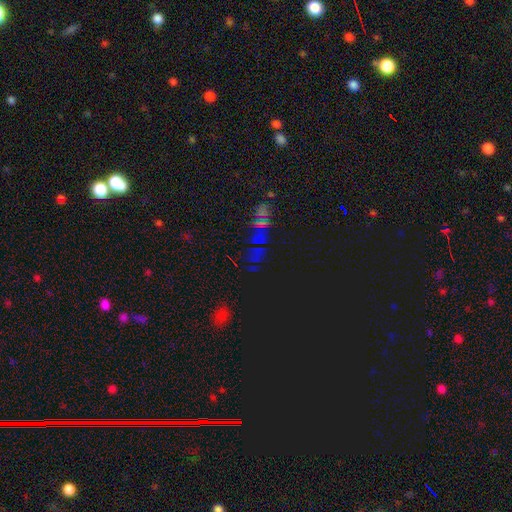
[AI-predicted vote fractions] Smooth or featured? star or artifact (72%)